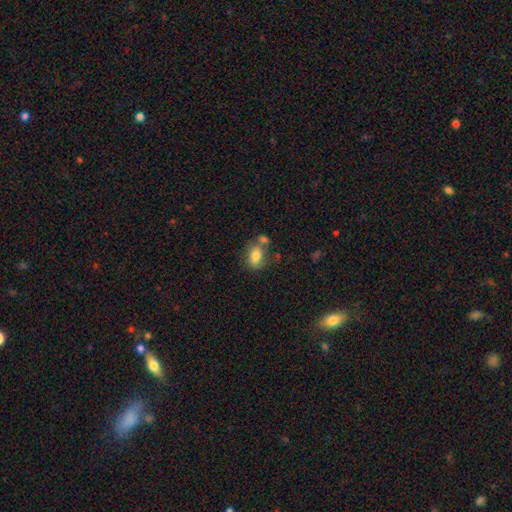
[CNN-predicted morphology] Smooth or featured: smooth — 76% (featured or disk — 15%)
How rounded: in between — 78% (round — 19%)
Merging: none — 48% (merger — 30%)